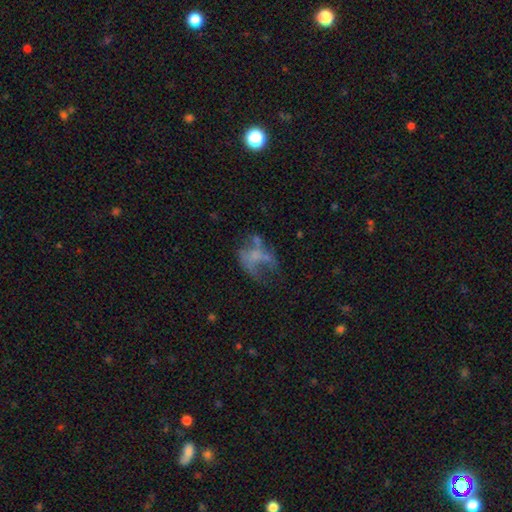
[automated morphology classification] The model was most divided on "merging": major disturbance: 43%, none: 30%, minor disturbance: 17%, merger: 11%. More confident: edge-on disk — no (98%); bar — no (85%); spiral arms — no (81%); bulge size — none (71%); smooth or featured — featured or disk (51%).